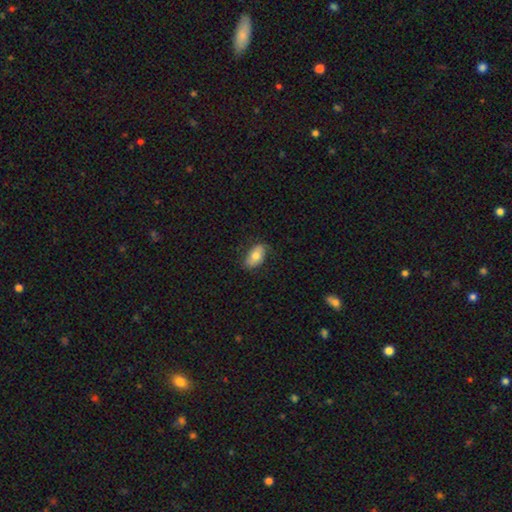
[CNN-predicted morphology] smooth_or_featured: smooth (p=0.74) [alt: featured or disk p=0.19]
how_rounded: in between (p=0.92) [alt: round p=0.05]
merging: none (p=0.78) [alt: minor disturbance p=0.18]